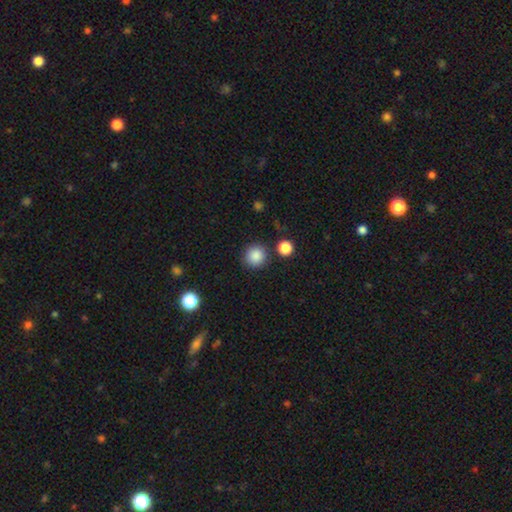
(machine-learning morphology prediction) Overall: smooth (87%). How rounded: round (92%). Merging: none (85%).